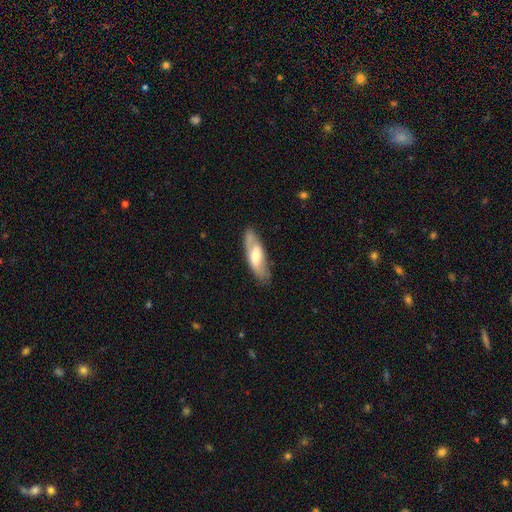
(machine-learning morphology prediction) type=featured or disk (48%); merging=none (76%).